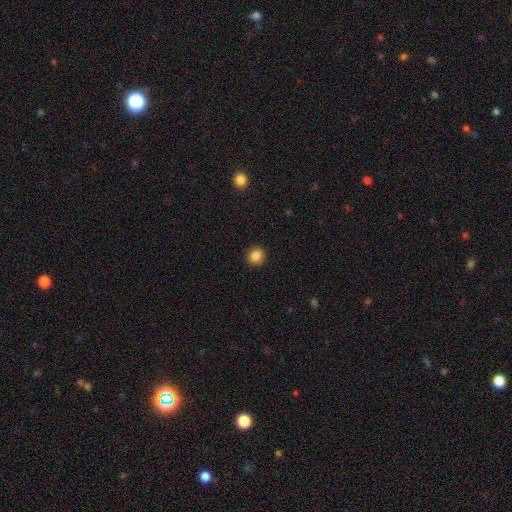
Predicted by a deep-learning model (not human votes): This appears to be a smooth galaxy with no disk features (86%) that is round (91%). Merging: none (92%).